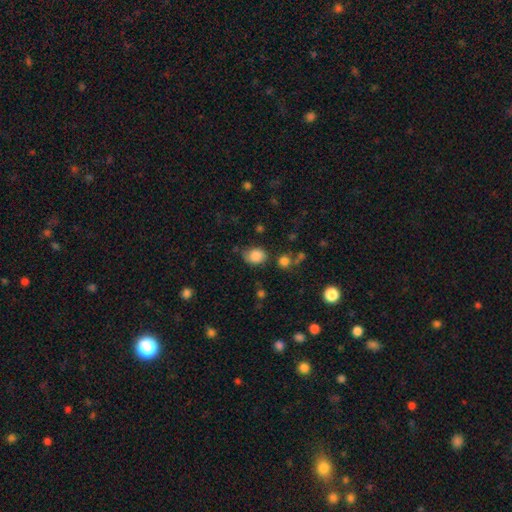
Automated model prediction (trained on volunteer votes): smooth 85%, star or artifact 10%, featured or disk 5%. Down the decision tree: how rounded — in between (51%); merging — none (65%).